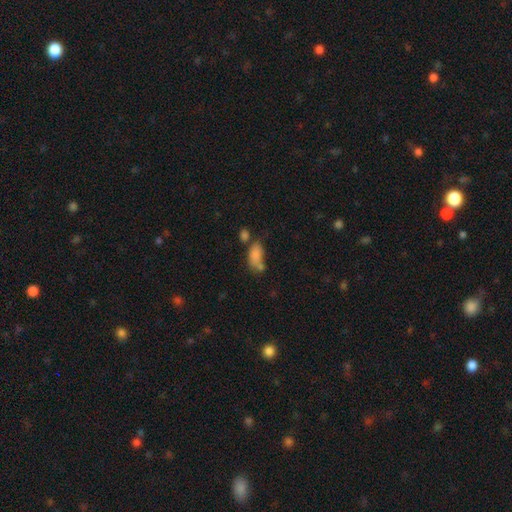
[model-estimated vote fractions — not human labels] Q: Smooth or featured?
A: smooth (78%); runner-up: featured or disk (11%)
Q: How rounded?
A: in between (87%); runner-up: round (7%)
Q: Merging?
A: merger (36%); runner-up: none (32%)